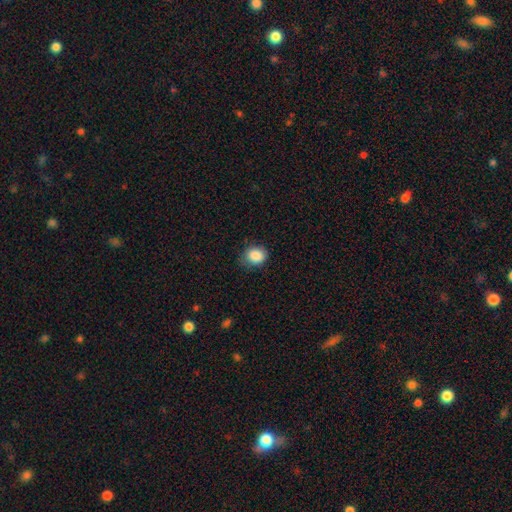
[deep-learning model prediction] Q: Smooth or featured?
A: smooth (88%); runner-up: star or artifact (8%)
Q: How rounded?
A: round (66%); runner-up: in between (33%)
Q: Merging?
A: none (74%); runner-up: minor disturbance (21%)